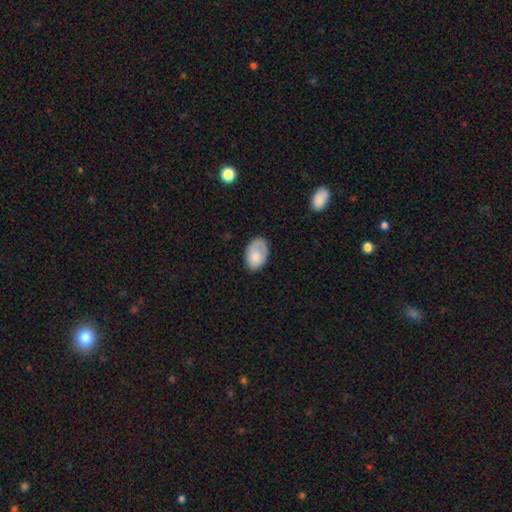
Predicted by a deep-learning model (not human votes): Smooth or featured: smooth — 77% (featured or disk — 17%)
How rounded: in between — 88% (round — 10%)
Merging: none — 63% (minor disturbance — 26%)